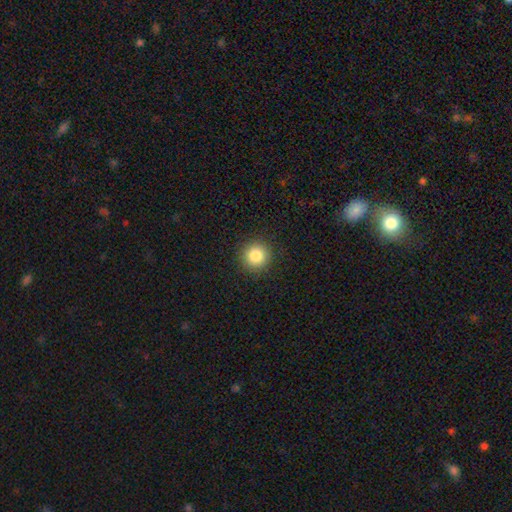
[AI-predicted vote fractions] smooth 84%, star or artifact 11%, featured or disk 5%. Down the decision tree: how rounded — round (95%); merging — none (92%).